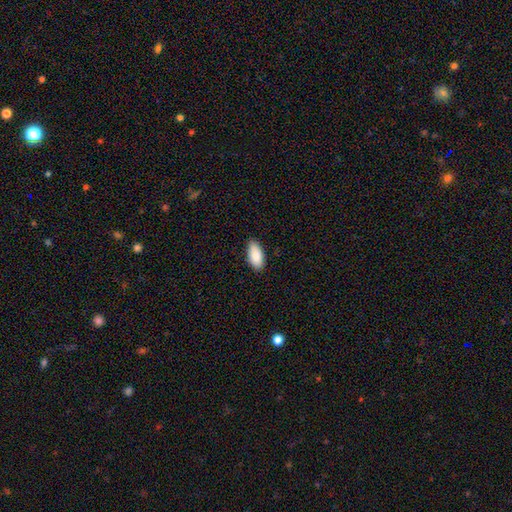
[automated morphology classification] Smooth or featured: smooth — 88% (star or artifact — 6%)
How rounded: in between — 92% (cigar-shaped — 6%)
Merging: none — 86% (minor disturbance — 11%)